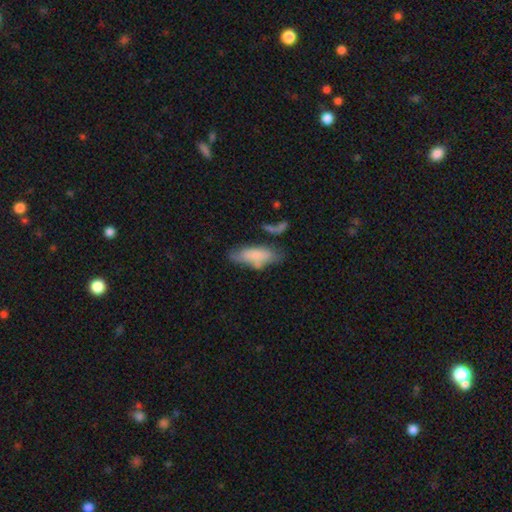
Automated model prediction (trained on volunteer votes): Smooth or featured? smooth (71%)
How rounded? in between (68%)
Merging? none (50%)